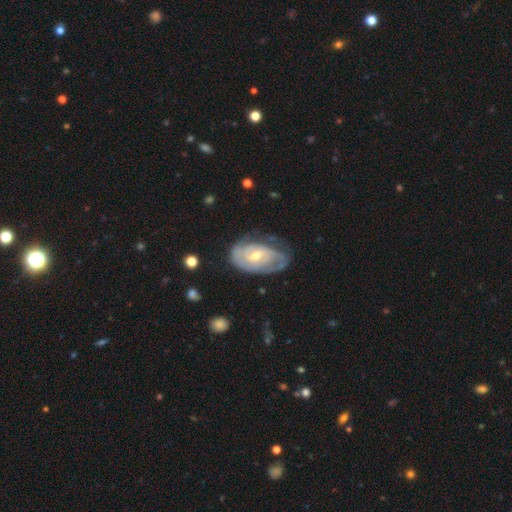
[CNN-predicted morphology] The model was most divided on "bar": no: 48%, weak: 42%, strong: 9%. Remaining: edge-on disk — no (96%); spiral arms — yes (91%); smooth or featured — featured or disk (83%); spiral winding — tight (65%); merging — none (63%); bulge size — moderate (56%); spiral arm count — 2 (42%).